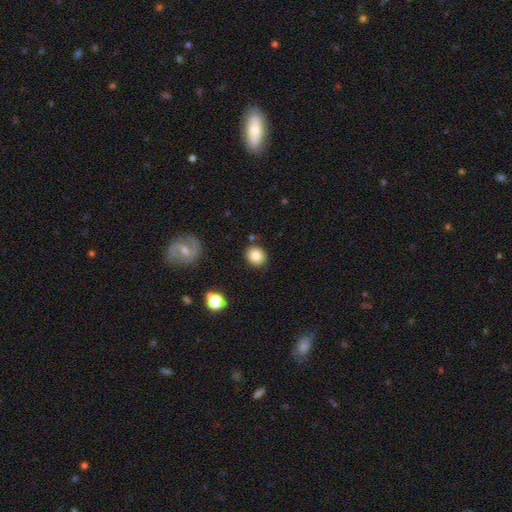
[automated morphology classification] smooth-or-featured: smooth: 82% | star or artifact: 10% | featured or disk: 8%
  how-rounded: round: 75% | in between: 24% | cigar-shaped: 1%
  merging: none: 85% | minor disturbance: 9% | merger: 4% | major disturbance: 3%